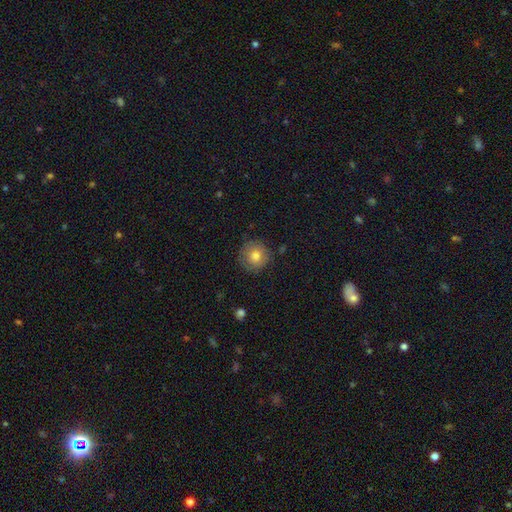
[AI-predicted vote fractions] smooth-or-featured: smooth: 74% | featured or disk: 18% | star or artifact: 9%
  how-rounded: round: 93% | in between: 6% | cigar-shaped: 1%
  merging: none: 79% | minor disturbance: 15% | major disturbance: 4% | merger: 1%